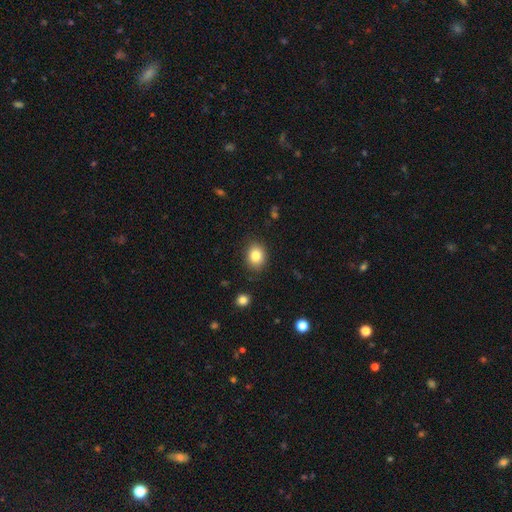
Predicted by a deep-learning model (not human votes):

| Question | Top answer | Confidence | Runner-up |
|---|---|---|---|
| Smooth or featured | smooth | 83% | star or artifact (10%) |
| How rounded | round | 55% | in between (45%) |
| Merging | none | 86% | minor disturbance (10%) |